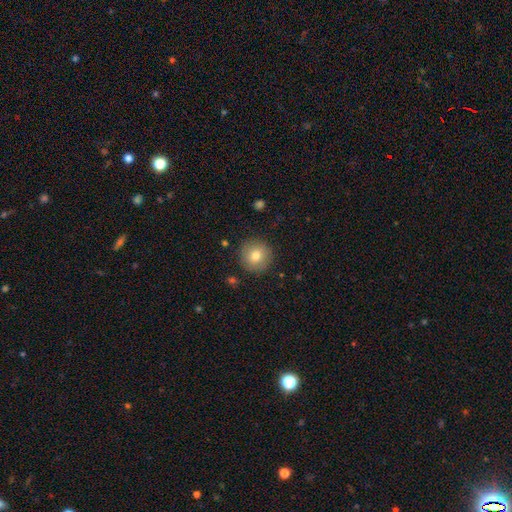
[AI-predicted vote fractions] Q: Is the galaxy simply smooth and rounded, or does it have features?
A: smooth — 79%.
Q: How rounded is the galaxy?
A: round — 95%.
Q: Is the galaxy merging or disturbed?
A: none — 89%.